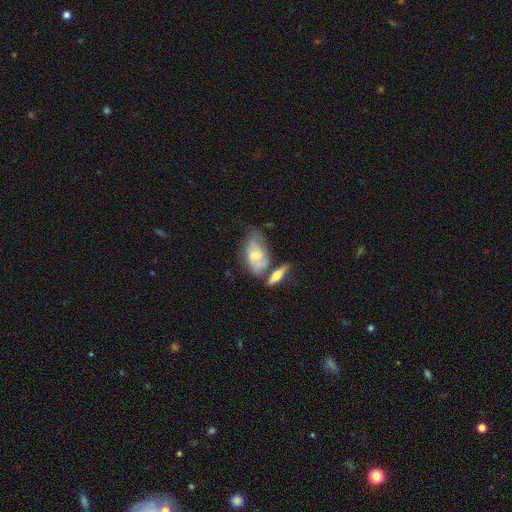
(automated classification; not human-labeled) smooth-or-featured: featured or disk: 47% | smooth: 46% | star or artifact: 7%
  merging: none: 33% | merger: 30% | minor disturbance: 24% | major disturbance: 12%